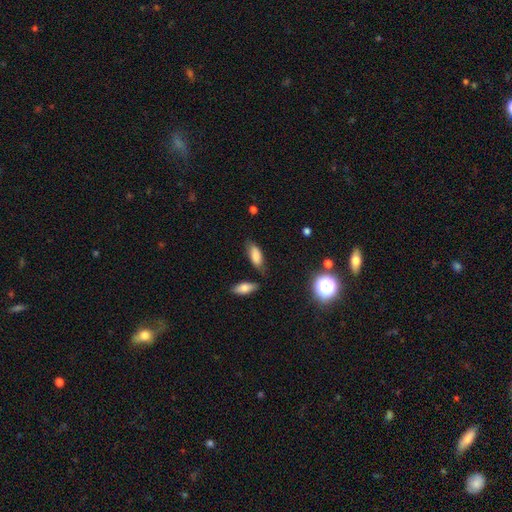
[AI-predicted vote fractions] Smooth or featured? Predicted: smooth (p=0.82). How rounded? Predicted: in between (p=0.79). Merging? Predicted: none (p=0.68).